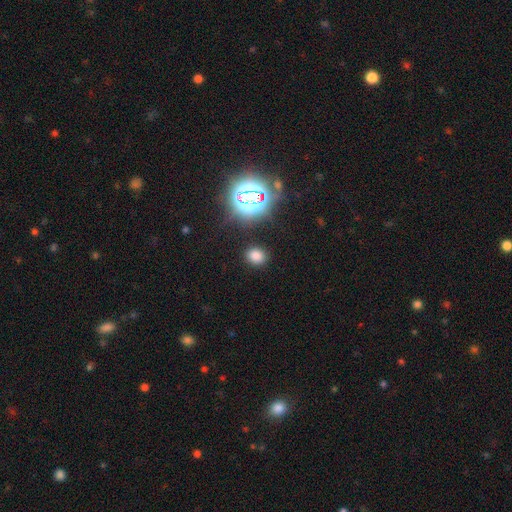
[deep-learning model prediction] This is likely a smooth galaxy (72%). How rounded: possibly round (59%). Merging: clearly none (86%).